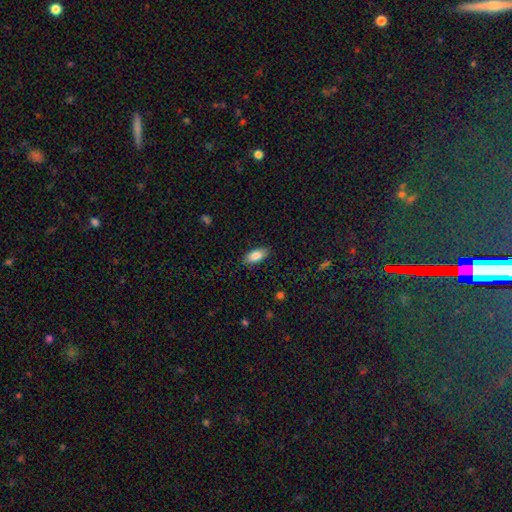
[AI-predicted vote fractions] Smooth or featured: smooth — 85% (featured or disk — 8%)
How rounded: in between — 89% (cigar-shaped — 8%)
Merging: none — 87% (minor disturbance — 10%)